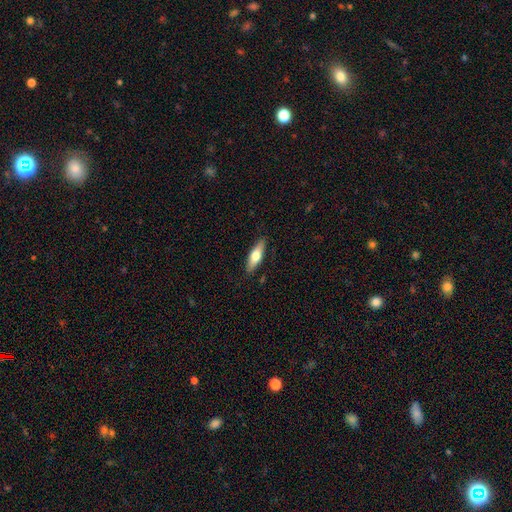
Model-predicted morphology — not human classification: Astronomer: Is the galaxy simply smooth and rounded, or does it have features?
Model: smooth — 59% (runner-up: featured or disk, 36%).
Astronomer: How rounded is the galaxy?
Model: in between — 49% (runner-up: cigar-shaped, 48%).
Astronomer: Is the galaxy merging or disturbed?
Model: none — 87%.